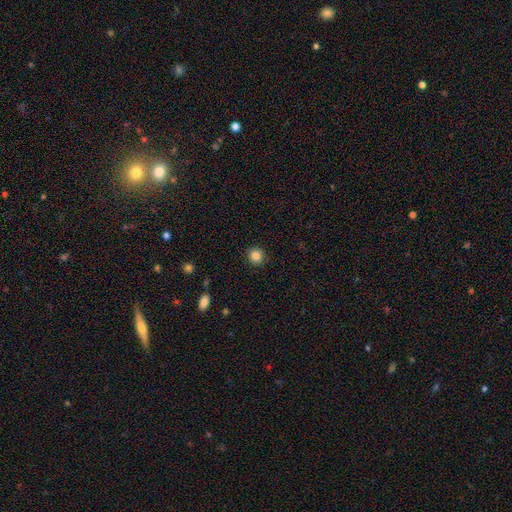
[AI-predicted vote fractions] Morphology: type=smooth (85%); roundness=round (91%); merging=none (91%).